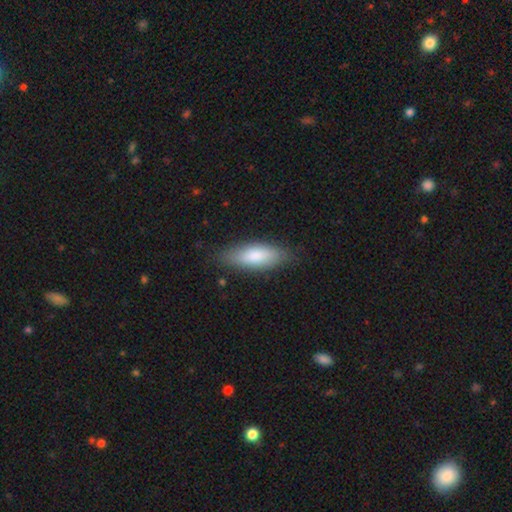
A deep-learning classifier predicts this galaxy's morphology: smooth-or-featured: smooth: 81% | featured or disk: 14% | star or artifact: 6%
  how-rounded: in between: 71% | cigar-shaped: 28% | round: 2%
  merging: none: 81% | minor disturbance: 15% | major disturbance: 3% | merger: 1%